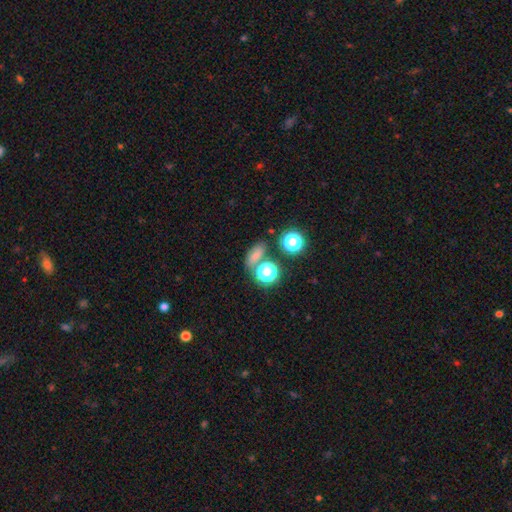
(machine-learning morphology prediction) This appears to be a smooth galaxy with no disk features (65%) that is in between round and cigar-shaped (62%). Merging: none (64%).